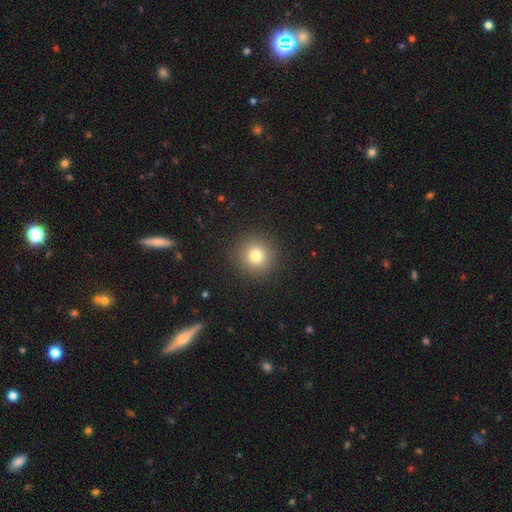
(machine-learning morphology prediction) This is likely a smooth galaxy (78%). How rounded: clearly round (94%). Merging: clearly none (92%).